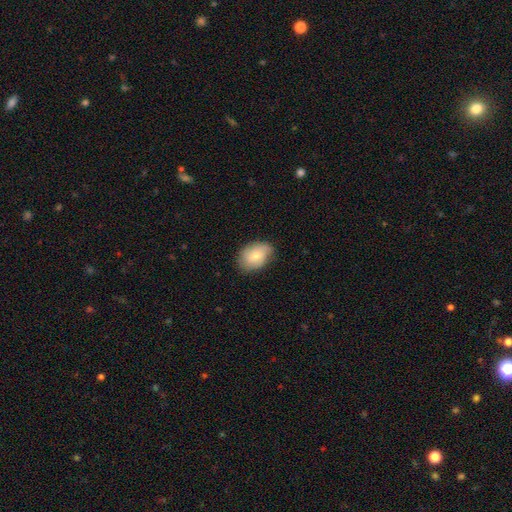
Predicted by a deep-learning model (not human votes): smooth-or-featured: smooth: 75% | featured or disk: 18% | star or artifact: 7%
  how-rounded: in between: 80% | round: 19% | cigar-shaped: 1%
  merging: none: 70% | minor disturbance: 25% | major disturbance: 4% | merger: 1%